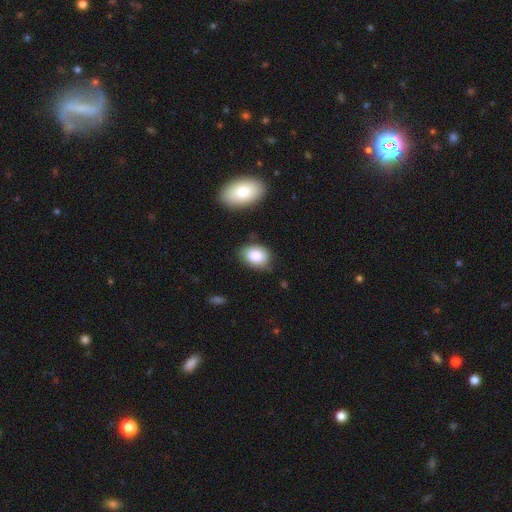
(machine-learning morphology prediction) Smooth or featured? smooth (86%)
How rounded? in between (74%)
Merging? none (75%)